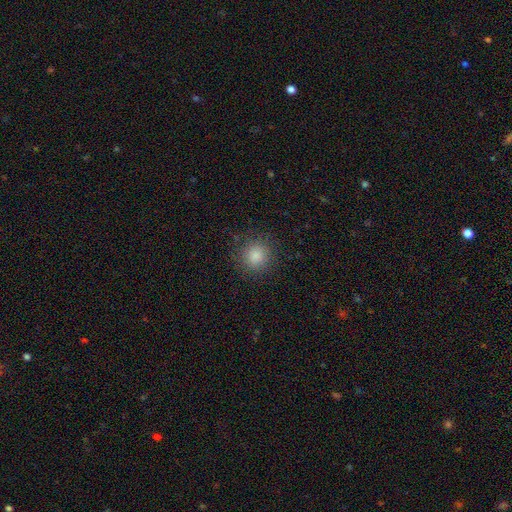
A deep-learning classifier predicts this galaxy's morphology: Q: Smooth or featured?
A: smooth (85%); runner-up: star or artifact (11%)
Q: How rounded?
A: round (91%); runner-up: in between (8%)
Q: Merging?
A: none (88%); runner-up: minor disturbance (8%)